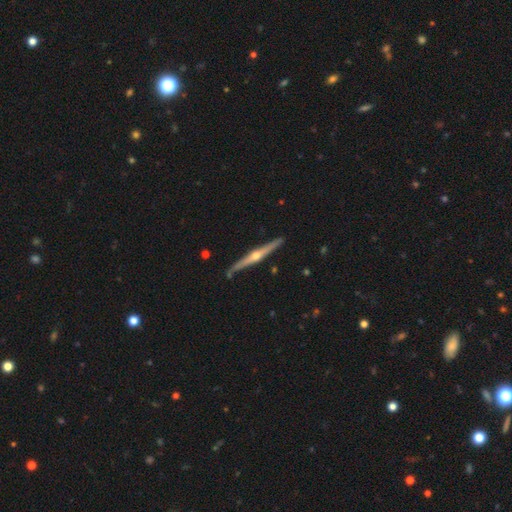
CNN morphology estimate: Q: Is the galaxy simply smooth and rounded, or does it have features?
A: featured or disk — 81%.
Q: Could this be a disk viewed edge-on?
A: yes — 98%.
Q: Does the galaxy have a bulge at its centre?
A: rounded — 92%.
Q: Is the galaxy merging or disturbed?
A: none — 88%.